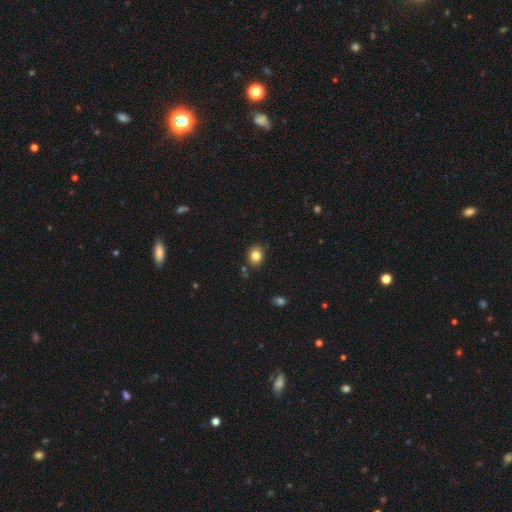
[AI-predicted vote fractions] Smooth or featured? smooth (82%)
How rounded? round (60%)
Merging? none (83%)